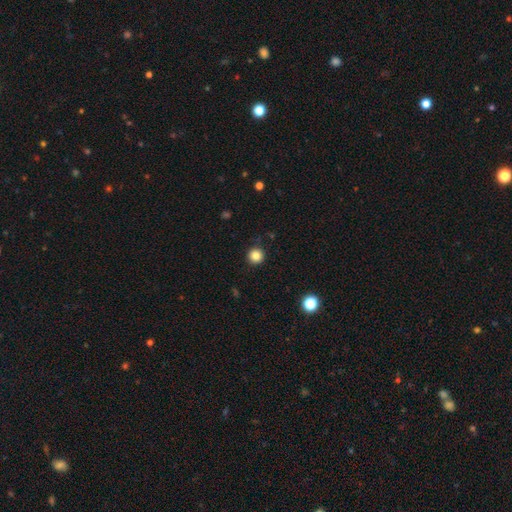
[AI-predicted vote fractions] Morphology: type=smooth (84%); roundness=round (95%); merging=none (91%).